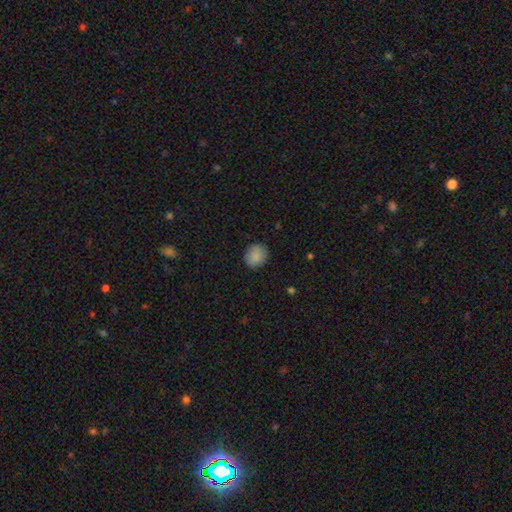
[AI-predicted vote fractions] Smooth or featured?
  - smooth: 87% *
  - star or artifact: 9%
  - featured or disk: 4%
How rounded?
  - round: 75% *
  - in between: 24%
  - cigar-shaped: 1%
Merging?
  - none: 87% *
  - minor disturbance: 10%
  - major disturbance: 2%
  - merger: 1%